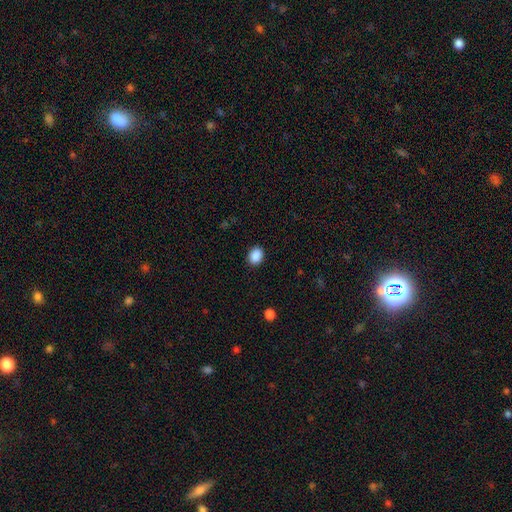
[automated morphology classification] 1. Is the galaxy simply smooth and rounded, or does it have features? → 89% smooth, 9% star or artifact, 2% featured or disk.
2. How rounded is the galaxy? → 58% in between, 41% round, 1% cigar-shaped.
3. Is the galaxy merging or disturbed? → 89% none, 8% minor disturbance, 2% major disturbance, 1% merger.